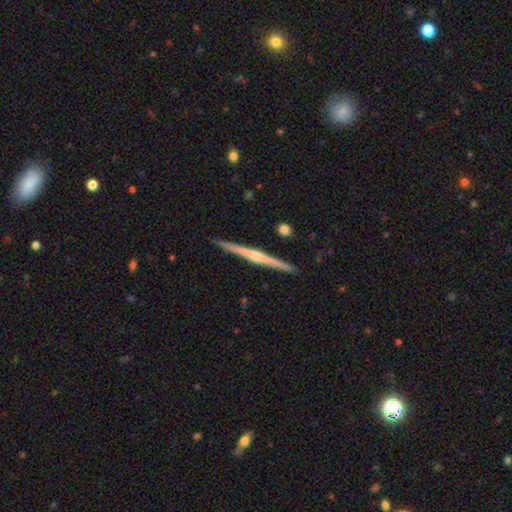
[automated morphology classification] A featured or disk galaxy (75%) viewed edge-on (99%) with a rounded central bulge (70%). Merging: none (91%).